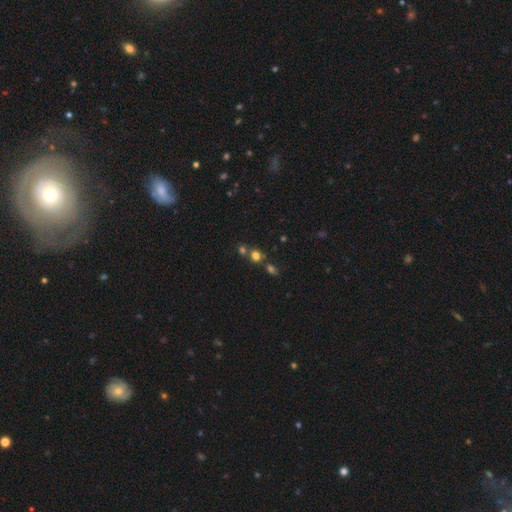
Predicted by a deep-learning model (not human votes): Smooth or featured?
  - smooth: 68% *
  - star or artifact: 24%
  - featured or disk: 8%
How rounded?
  - round: 83% *
  - in between: 16%
  - cigar-shaped: 1%
Merging?
  - none: 61% *
  - merger: 28%
  - minor disturbance: 8%
  - major disturbance: 3%